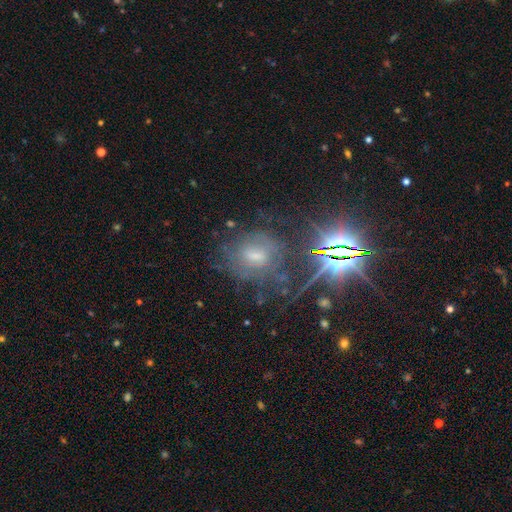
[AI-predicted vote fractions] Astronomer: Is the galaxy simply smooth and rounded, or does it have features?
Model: star or artifact — 41% (runner-up: featured or disk, 38%).